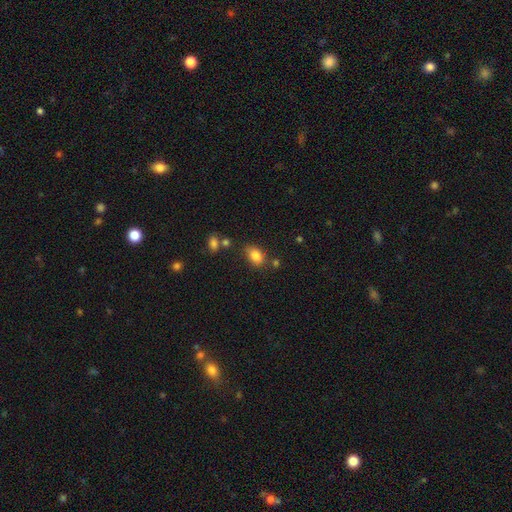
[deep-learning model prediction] Morphology: type=smooth (83%); roundness=in between (78%); merging=none (69%).